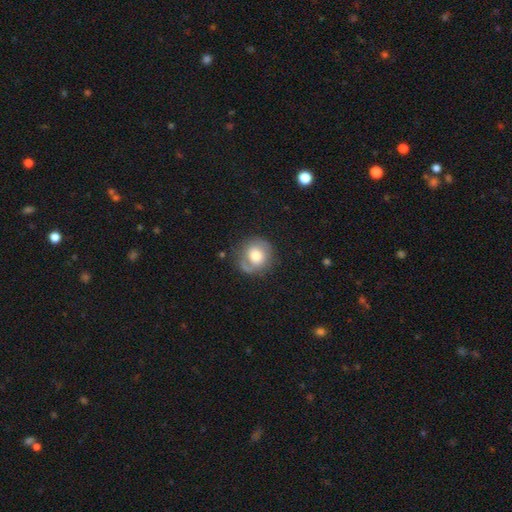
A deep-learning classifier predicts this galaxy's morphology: Smooth or featured? Predicted: smooth (p=0.53). How rounded? Predicted: round (p=0.84). Merging? Predicted: none (p=0.70).